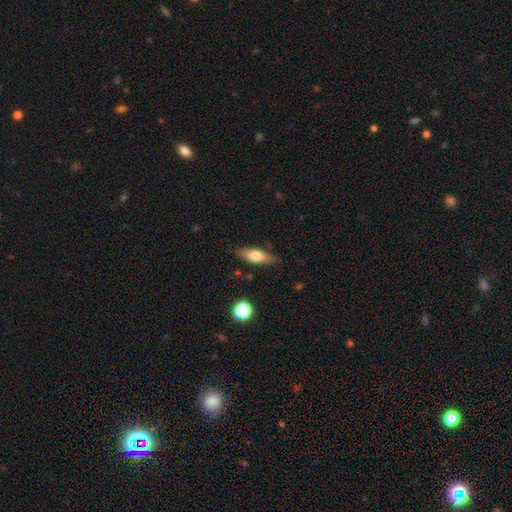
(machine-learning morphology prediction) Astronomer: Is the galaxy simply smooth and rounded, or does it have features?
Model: smooth — 57% (runner-up: featured or disk, 36%).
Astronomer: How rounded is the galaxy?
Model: in between — 51% (runner-up: cigar-shaped, 45%).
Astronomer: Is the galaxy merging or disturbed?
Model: none — 85%.